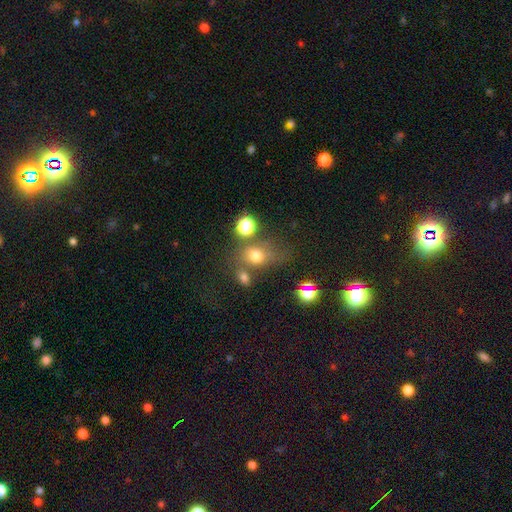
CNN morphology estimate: A smooth galaxy with no disk features (69%) that is in between round and cigar-shaped (50%). Merging: none (49%).